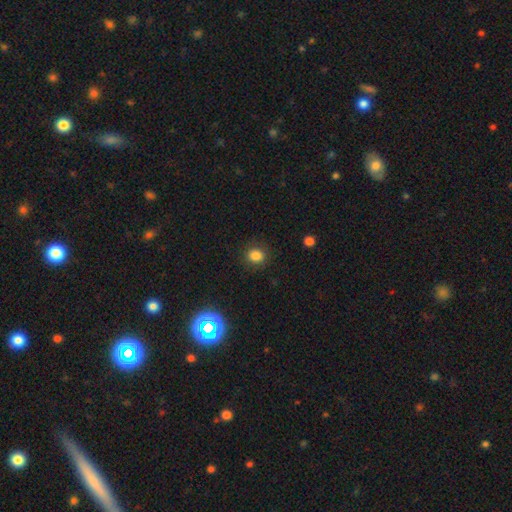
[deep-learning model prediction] smooth_or_featured: smooth (p=0.82) [alt: star or artifact p=0.13]
how_rounded: round (p=0.77) [alt: in between p=0.22]
merging: none (p=0.87) [alt: minor disturbance p=0.09]